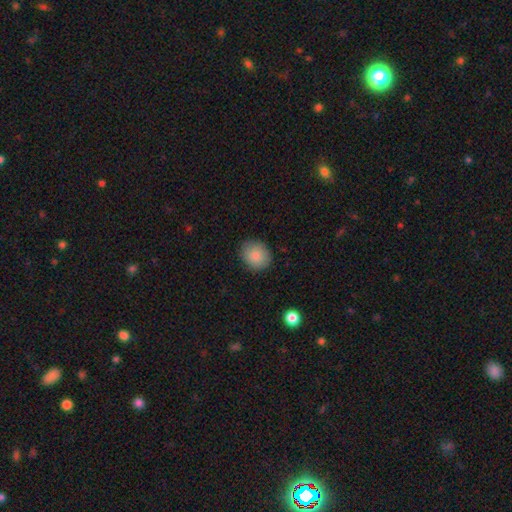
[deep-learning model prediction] smooth-or-featured: smooth: 84% | star or artifact: 8% | featured or disk: 7%
  how-rounded: round: 71% | in between: 28% | cigar-shaped: 1%
  merging: none: 86% | minor disturbance: 10% | major disturbance: 3% | merger: 1%